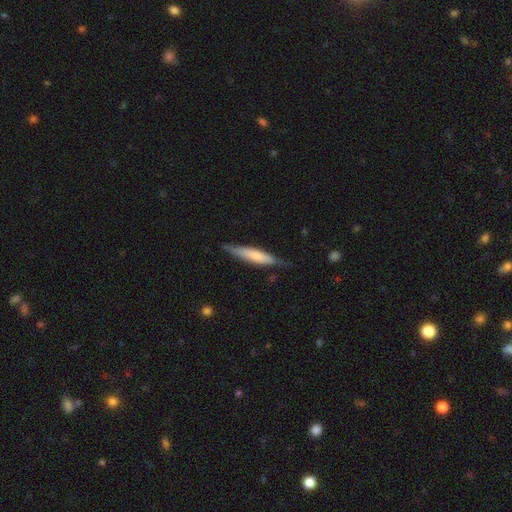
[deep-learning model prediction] A smooth galaxy with no disk features (59%) that is cigar-shaped (86%).

Vote fractions:
- Smooth or featured? smooth: 59% / featured or disk: 35% / star or artifact: 5%
- How rounded? cigar-shaped: 86% / in between: 13% / round: 1%
- Merging? none: 75% / minor disturbance: 20% / major disturbance: 4% / merger: 1%